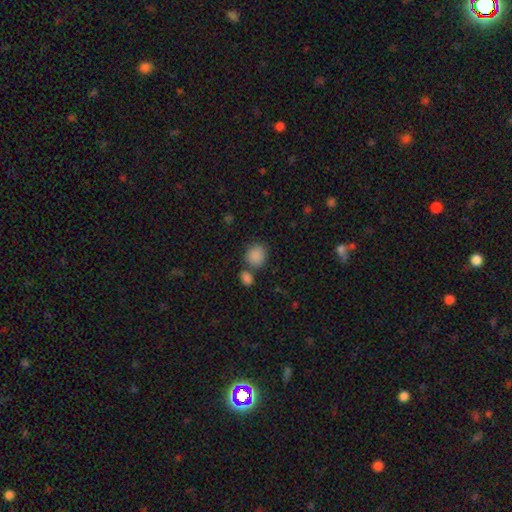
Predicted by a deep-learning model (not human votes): A smooth galaxy with no disk features (87%) that is round (66%). Merging: none (62%).